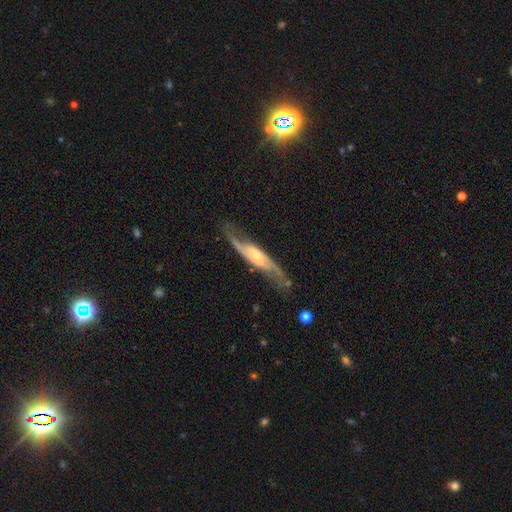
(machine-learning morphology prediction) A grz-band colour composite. It shows a featured or disk galaxy (84%) with no bar (44%), 2 (88%) loose (50%) spiral arms (94%) and a small central bulge (55%). Merging: none (71%).